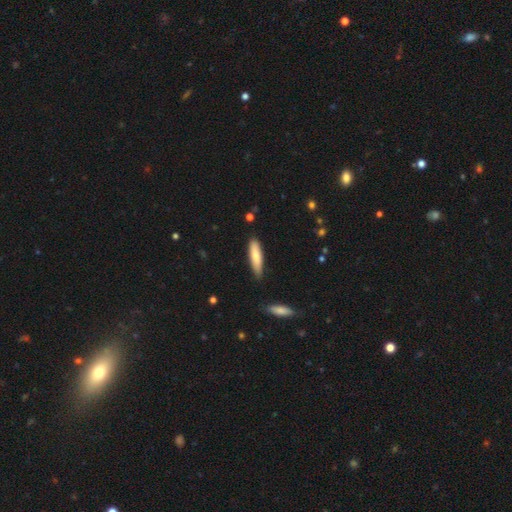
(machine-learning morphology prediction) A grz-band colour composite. It shows a smooth galaxy with no disk features (77%) that is cigar-shaped (74%). Merging: none (84%).